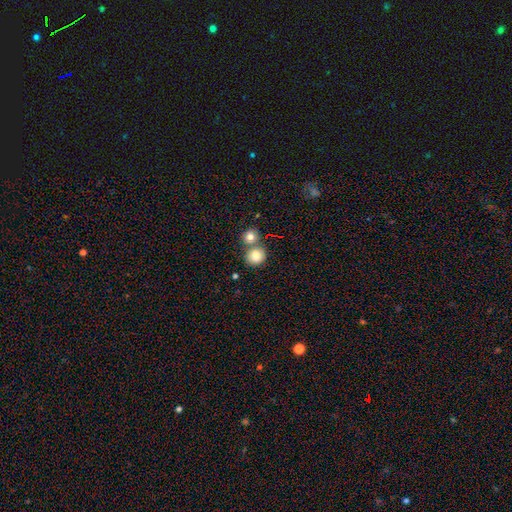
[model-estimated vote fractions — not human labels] This appears to be a smooth galaxy with no disk features (83%) that is round (82%). Merging: none (56%).